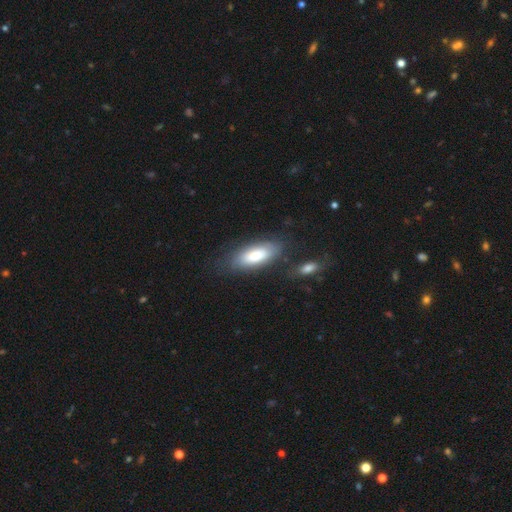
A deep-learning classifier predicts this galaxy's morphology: This is likely a smooth galaxy (77%). How rounded: likely in between (79%). Merging: likely none (75%).